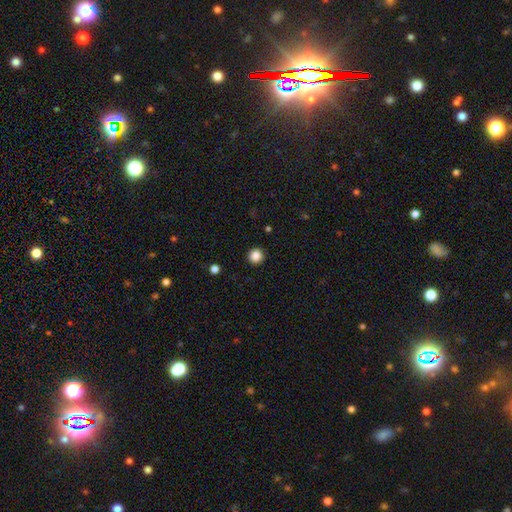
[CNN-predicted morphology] A smooth galaxy with no disk features (87%) that is round (96%). Merging: none (93%).